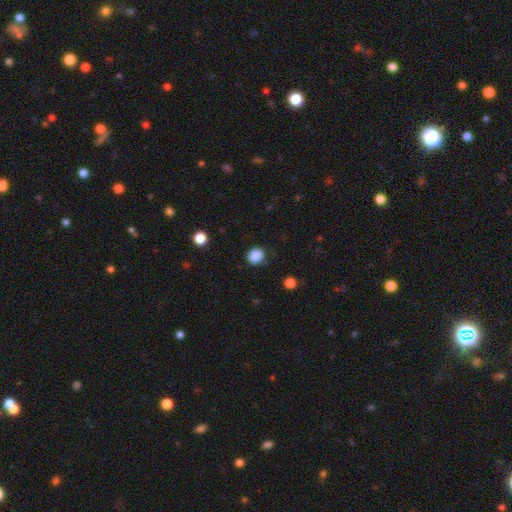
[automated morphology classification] The model was most divided on "how rounded": round: 67%, in between: 32%, cigar-shaped: 1%. More confident: smooth or featured — smooth (87%); merging — none (83%).